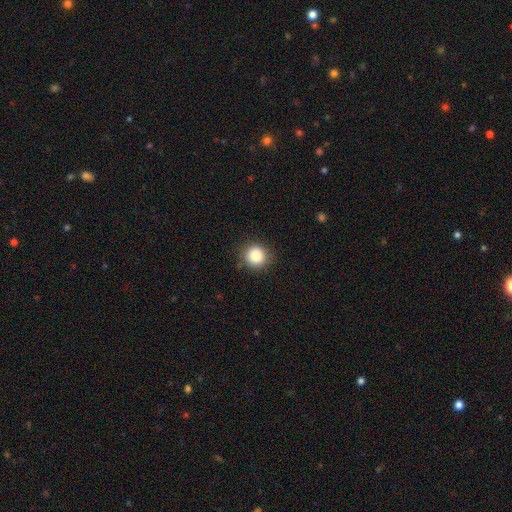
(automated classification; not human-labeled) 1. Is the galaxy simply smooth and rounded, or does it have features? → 87% smooth, 9% star or artifact, 4% featured or disk.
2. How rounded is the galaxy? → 93% round, 6% in between, 1% cigar-shaped.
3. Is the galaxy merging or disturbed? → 87% none, 9% minor disturbance, 3% major disturbance, 1% merger.